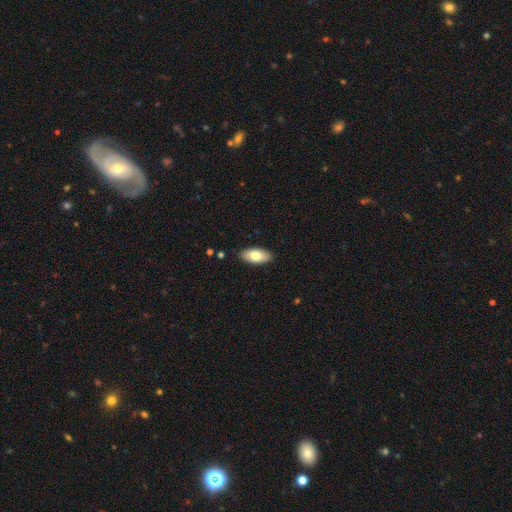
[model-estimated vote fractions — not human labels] Smooth or featured? Predicted: smooth (p=0.79). How rounded? Predicted: in between (p=0.91). Merging? Predicted: none (p=0.88).